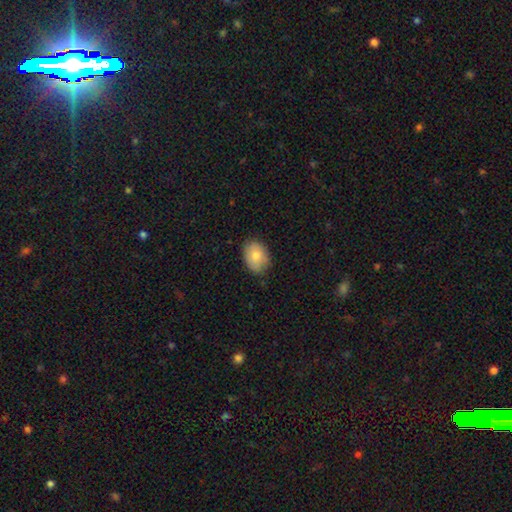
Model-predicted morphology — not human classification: smooth 82%, featured or disk 12%, star or artifact 7%. Down the decision tree: how rounded — in between (72%); merging — none (80%).